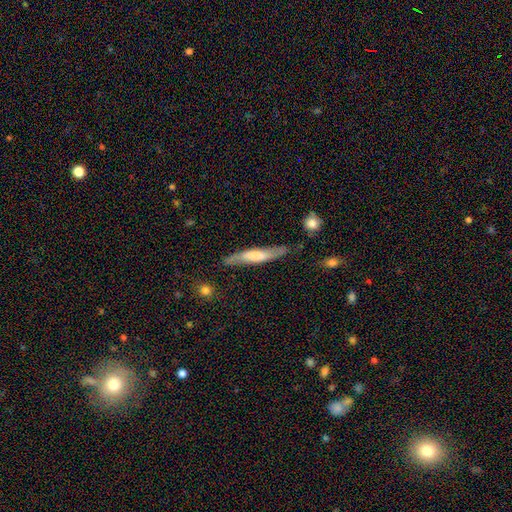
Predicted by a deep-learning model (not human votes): Overall: smooth (49%; featured or disk 45%). Merging: none (72%).